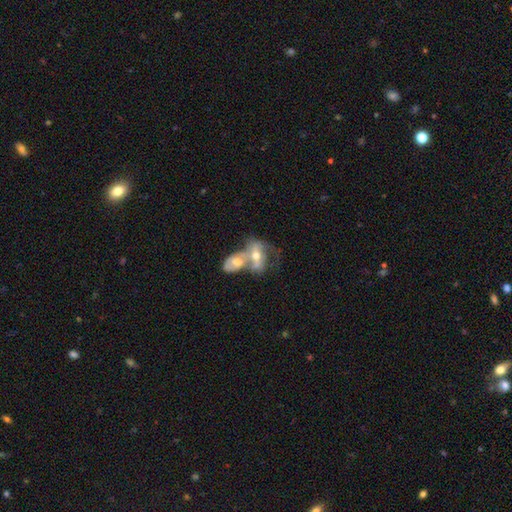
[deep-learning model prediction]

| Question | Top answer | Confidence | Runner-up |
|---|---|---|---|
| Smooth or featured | featured or disk | 65% | smooth (23%) |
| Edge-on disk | no | 92% | yes (8%) |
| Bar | no | 62% | weak (27%) |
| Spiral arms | yes | 62% | no (38%) |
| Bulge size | moderate | 64% | small (27%) |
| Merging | merger | 71% | none (17%) |